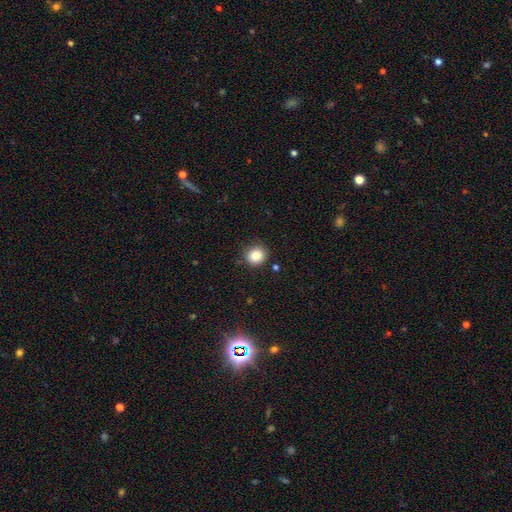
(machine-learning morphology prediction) Smooth or featured?
  - smooth: 86% *
  - star or artifact: 10%
  - featured or disk: 4%
How rounded?
  - round: 88% *
  - in between: 11%
  - cigar-shaped: 1%
Merging?
  - none: 83% *
  - minor disturbance: 11%
  - major disturbance: 3%
  - merger: 2%